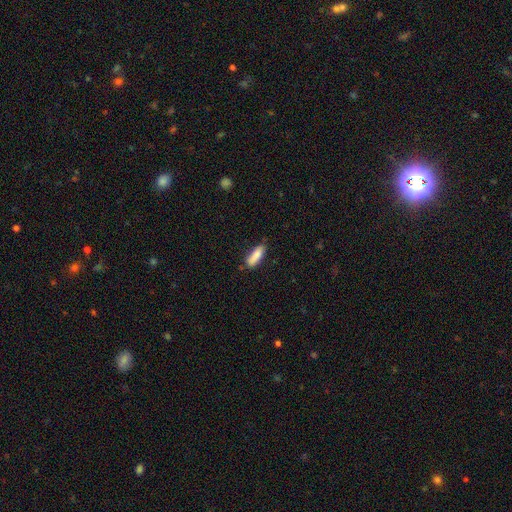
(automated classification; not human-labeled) smooth 86%, featured or disk 8%, star or artifact 7%. Down the decision tree: how rounded — in between (53%); merging — none (74%).